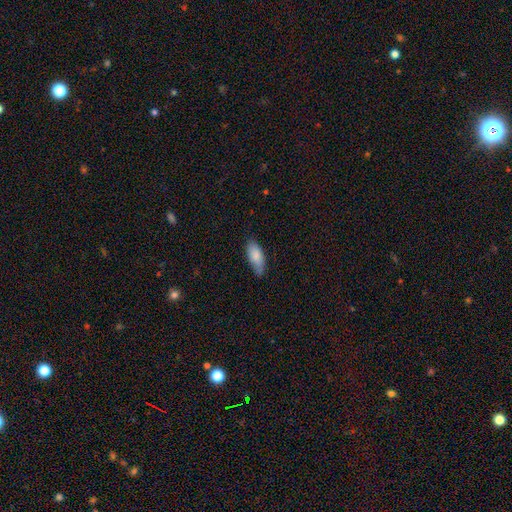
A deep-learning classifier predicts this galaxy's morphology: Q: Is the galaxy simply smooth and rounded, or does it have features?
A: smooth — 84%.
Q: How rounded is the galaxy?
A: in between — 84%.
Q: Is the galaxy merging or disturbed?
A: none — 66%.